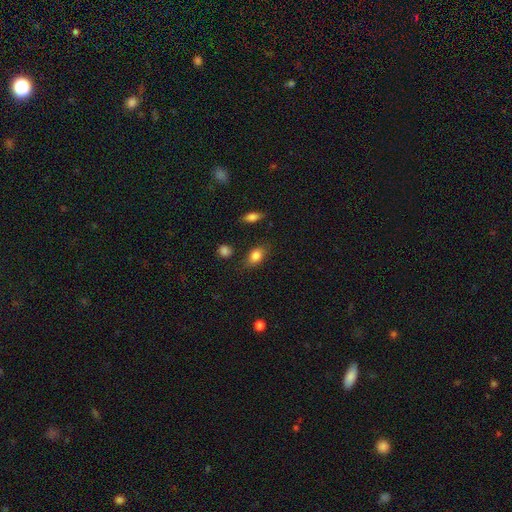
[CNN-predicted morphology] This appears to be a smooth galaxy with no disk features (83%) that is in between round and cigar-shaped (79%). Merging: none (80%).